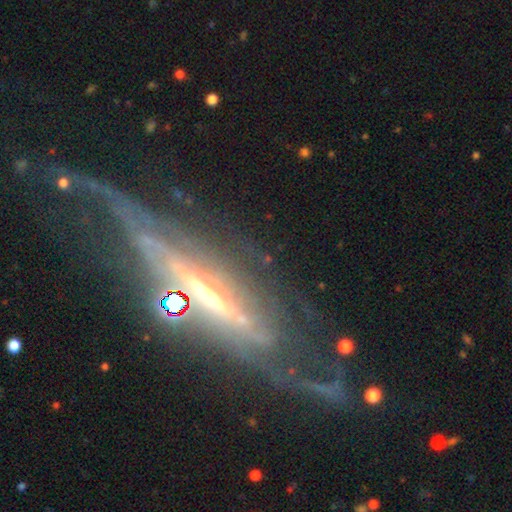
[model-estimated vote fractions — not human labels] The model was most divided on "edge-on bulge": rounded: 45%, none: 38%, boxy: 17%. Remaining: smooth or featured — featured or disk (84%); edge-on disk — yes (63%); merging — none (49%).